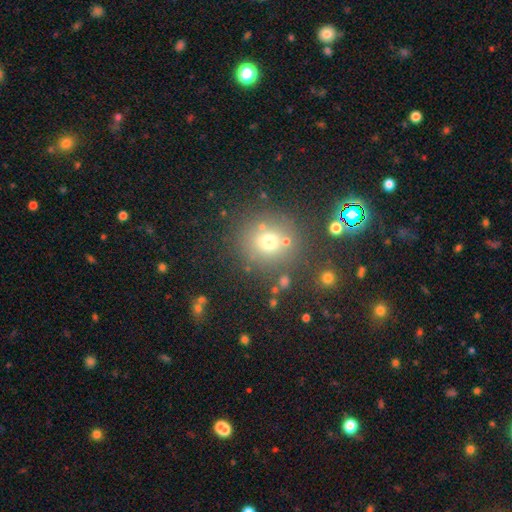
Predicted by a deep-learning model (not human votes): This is likely a smooth galaxy (63%). How rounded: clearly round (88%). Merging: likely none (75%).